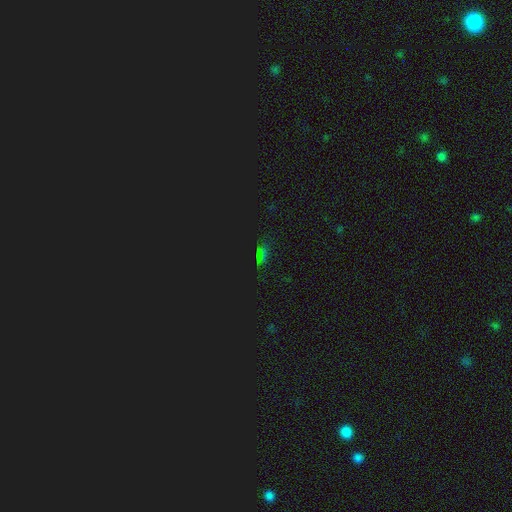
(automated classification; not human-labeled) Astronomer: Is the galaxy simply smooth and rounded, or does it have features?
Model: star or artifact — 70%.